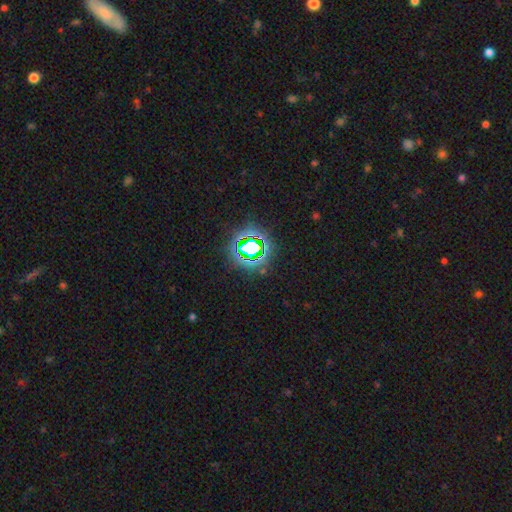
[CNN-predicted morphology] Smooth or featured?
  - star or artifact: 73% *
  - smooth: 18%
  - featured or disk: 10%